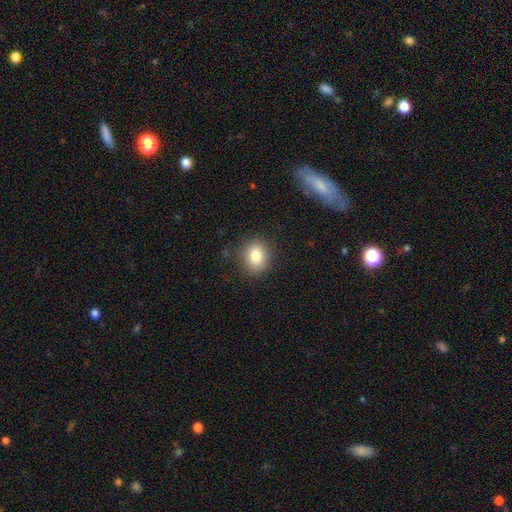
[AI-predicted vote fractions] The model was most divided on "how rounded": round: 68%, in between: 31%, cigar-shaped: 1%. More confident: merging — none (87%); smooth or featured — smooth (81%).